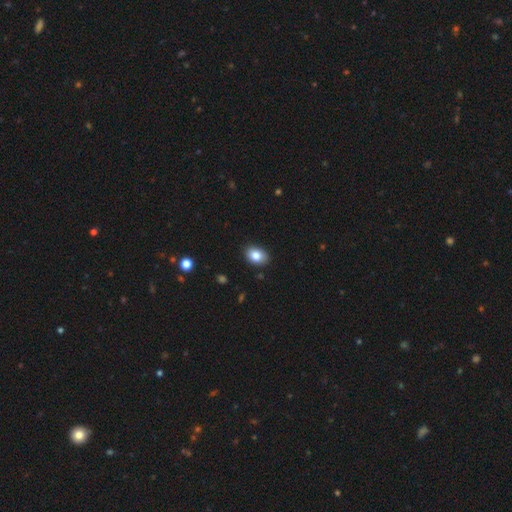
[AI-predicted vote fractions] Smooth or featured?
  - smooth: 84% *
  - star or artifact: 8%
  - featured or disk: 8%
How rounded?
  - in between: 78% *
  - round: 21%
  - cigar-shaped: 1%
Merging?
  - none: 88% *
  - minor disturbance: 9%
  - major disturbance: 2%
  - merger: 1%